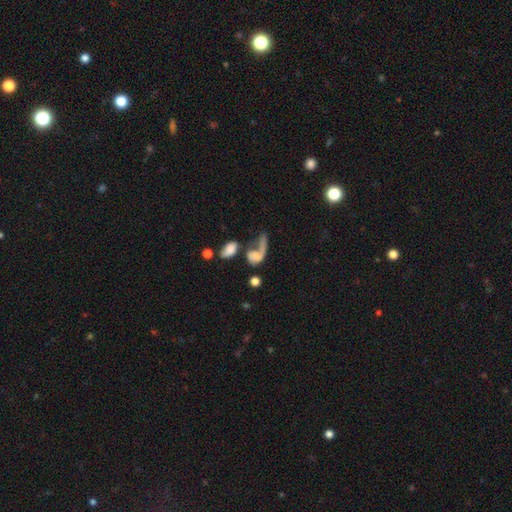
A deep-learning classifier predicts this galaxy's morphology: Smooth or featured: smooth — 46% (featured or disk — 42%)
Merging: merger — 36% (major disturbance — 35%)